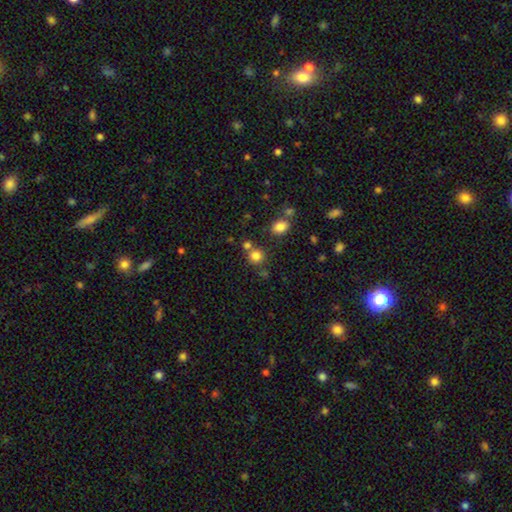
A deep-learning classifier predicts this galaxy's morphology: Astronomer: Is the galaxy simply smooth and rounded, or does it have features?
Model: smooth — 81%.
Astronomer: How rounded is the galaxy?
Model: round — 88%.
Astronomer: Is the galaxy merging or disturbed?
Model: none — 69%.